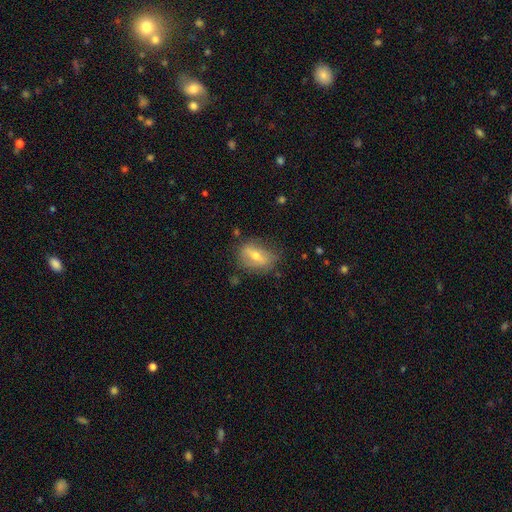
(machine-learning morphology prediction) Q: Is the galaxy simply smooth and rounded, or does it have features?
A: smooth — 47%.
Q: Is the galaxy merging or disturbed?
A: none — 66%.